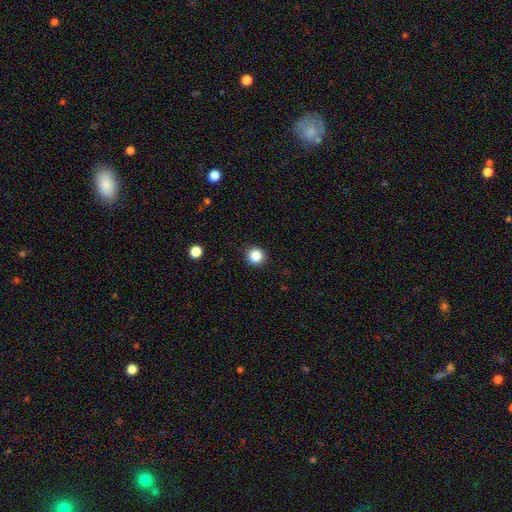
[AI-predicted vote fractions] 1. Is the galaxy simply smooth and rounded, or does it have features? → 86% smooth, 11% star or artifact, 3% featured or disk.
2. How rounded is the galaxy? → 94% round, 5% in between, 1% cigar-shaped.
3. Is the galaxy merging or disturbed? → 91% none, 6% minor disturbance, 2% major disturbance, 1% merger.